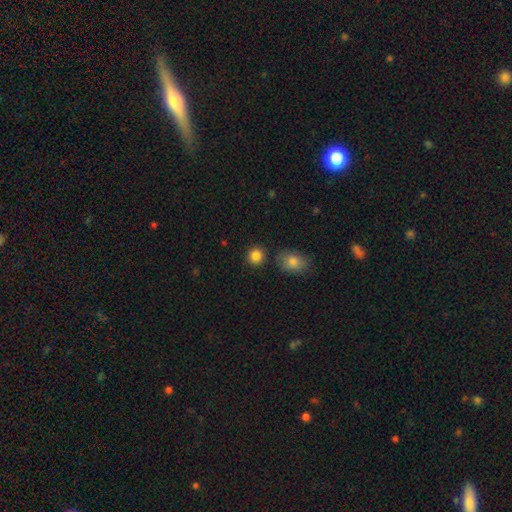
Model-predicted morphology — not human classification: Smooth or featured?
  - smooth: 86% *
  - star or artifact: 10%
  - featured or disk: 4%
How rounded?
  - round: 85% *
  - in between: 14%
  - cigar-shaped: 1%
Merging?
  - none: 83% *
  - minor disturbance: 8%
  - merger: 6%
  - major disturbance: 3%